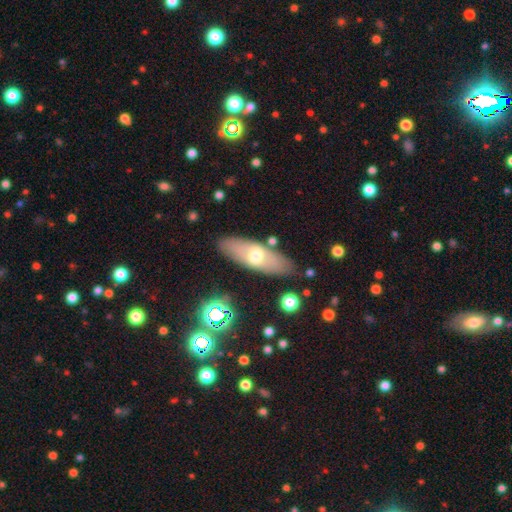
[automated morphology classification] smooth-or-featured: smooth: 50% | featured or disk: 43% | star or artifact: 7%
  merging: none: 82% | minor disturbance: 12% | major disturbance: 3% | merger: 3%